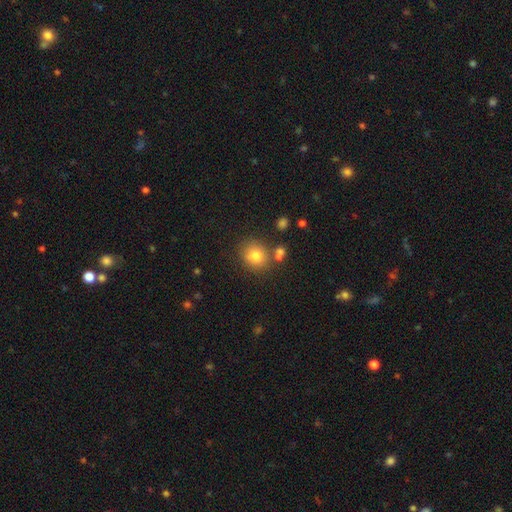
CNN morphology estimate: The model was most divided on "how rounded": round: 79%, in between: 20%, cigar-shaped: 1%. More confident: smooth or featured — smooth (79%); merging — none (74%).